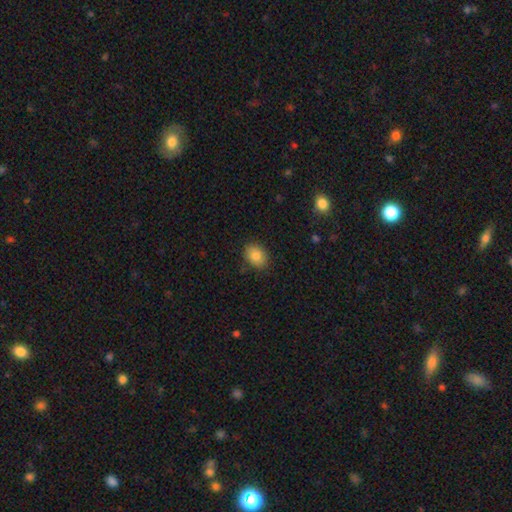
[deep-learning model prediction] Morphology: type=smooth (84%); roundness=in between (73%); merging=none (86%).